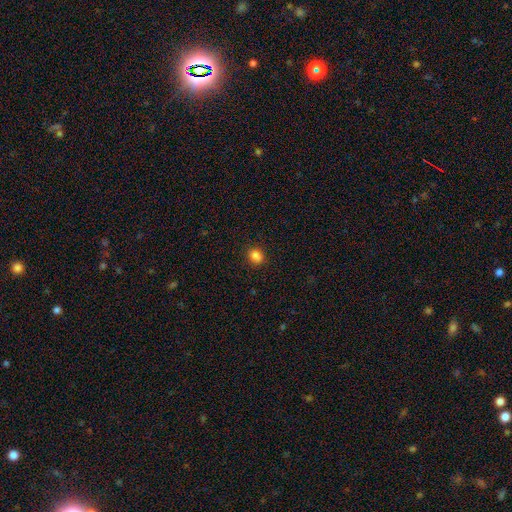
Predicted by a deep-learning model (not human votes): smooth_or_featured: smooth (p=0.85) [alt: star or artifact p=0.11]
how_rounded: round (p=0.54) [alt: in between p=0.44]
merging: none (p=0.90) [alt: minor disturbance p=0.07]